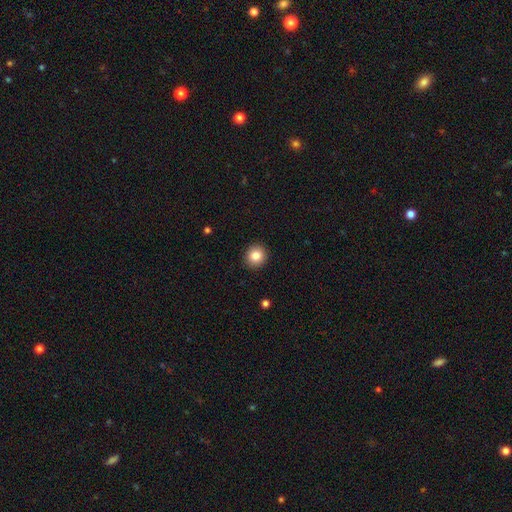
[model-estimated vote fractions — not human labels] Morphology: type=smooth (85%); roundness=round (90%); merging=none (92%).